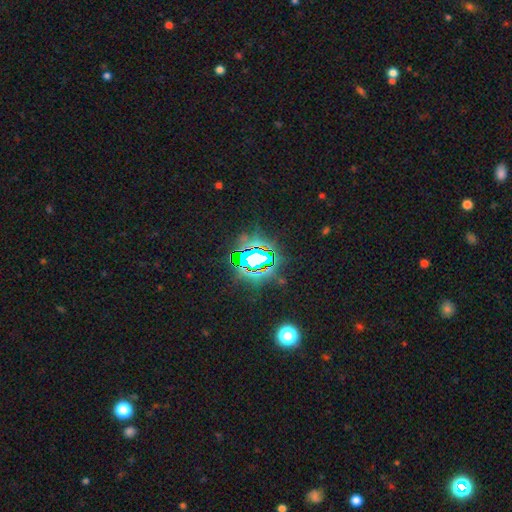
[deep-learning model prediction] Smooth or featured? Predicted: star or artifact (p=0.77).